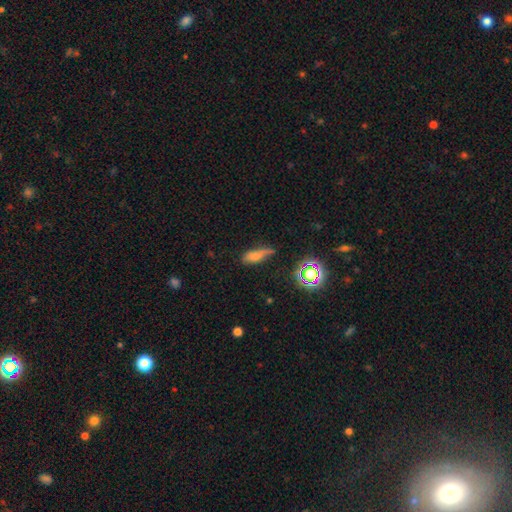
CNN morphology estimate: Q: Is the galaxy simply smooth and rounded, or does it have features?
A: smooth — 68%.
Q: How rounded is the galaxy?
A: in between — 55%.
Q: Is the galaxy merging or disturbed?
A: none — 45%.